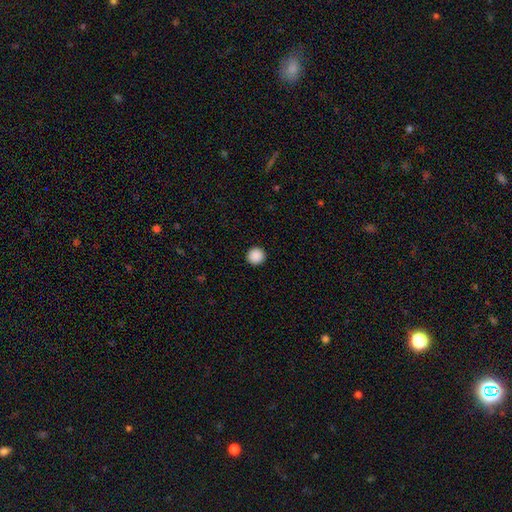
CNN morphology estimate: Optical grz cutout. It shows a smooth galaxy with no disk features (89%) that is round (95%). Merging: none (94%).